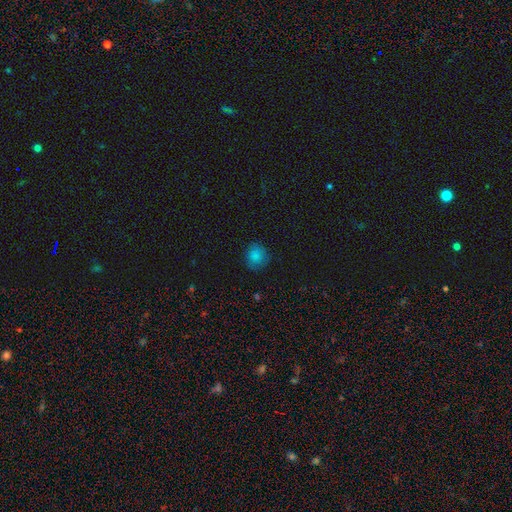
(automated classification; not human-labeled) Overall: smooth (83%). How rounded: round (84%). Merging: none (82%).